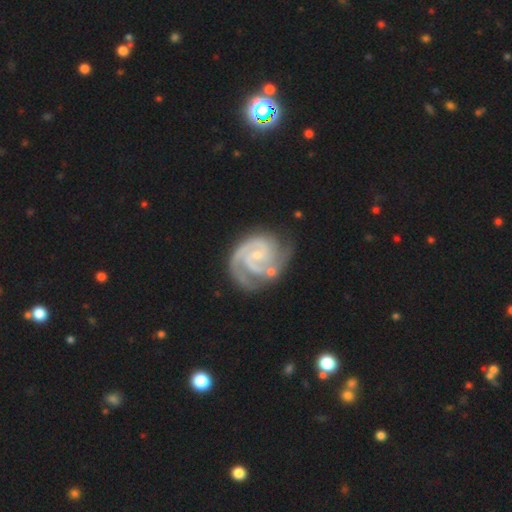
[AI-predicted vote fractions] smooth_or_featured: featured or disk (p=0.91) [alt: smooth p=0.05]
disk_edge_on: no (p=0.98) [alt: yes p=0.02]
bar: no (p=0.51) [alt: weak p=0.38]
has_spiral_arms: yes (p=0.98) [alt: no p=0.02]
spiral_winding: tight (p=0.61) [alt: medium p=0.34]
spiral_arm_count: 2 (p=0.67) [alt: 3 p=0.17]
bulge_size: small (p=0.74) [alt: moderate p=0.18]
merging: none (p=0.61) [alt: minor disturbance p=0.21]